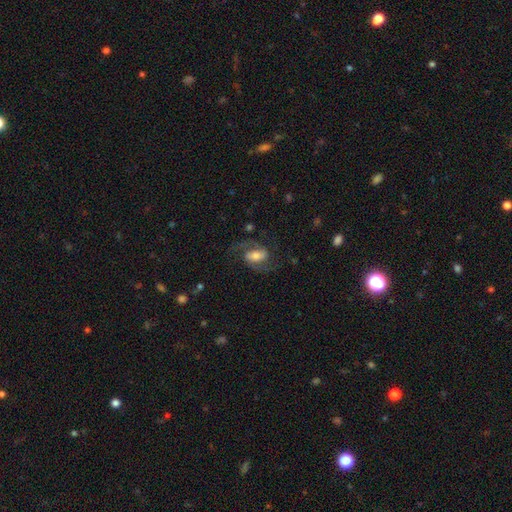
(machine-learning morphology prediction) The model was most divided on "bar": weak: 42%, strong: 33%, no: 25%. More confident: edge-on disk — no (97%); spiral arms — yes (95%); spiral arm count — 2 (92%); smooth or featured — featured or disk (78%); merging — none (70%); spiral winding — medium (55%); bulge size — moderate (52%).